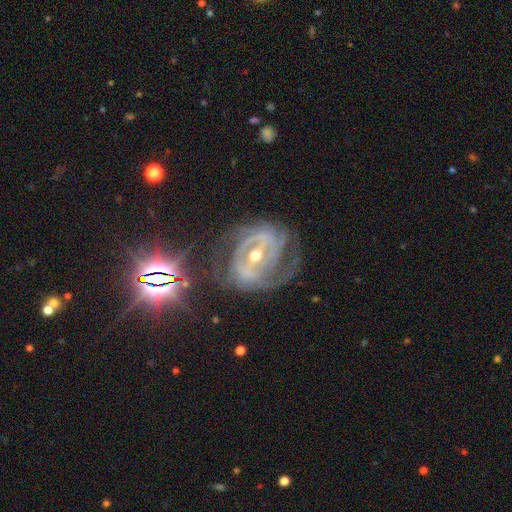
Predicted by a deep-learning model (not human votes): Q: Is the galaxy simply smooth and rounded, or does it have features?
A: featured or disk — 86%.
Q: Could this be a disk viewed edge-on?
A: no — 96%.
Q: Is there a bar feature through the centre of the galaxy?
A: strong — 52%.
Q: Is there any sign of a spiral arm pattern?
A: yes — 93%.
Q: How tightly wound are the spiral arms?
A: tight — 50%.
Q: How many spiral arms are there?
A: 2 — 35%.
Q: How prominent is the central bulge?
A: moderate — 60%.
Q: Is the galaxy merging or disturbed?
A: none — 57%.